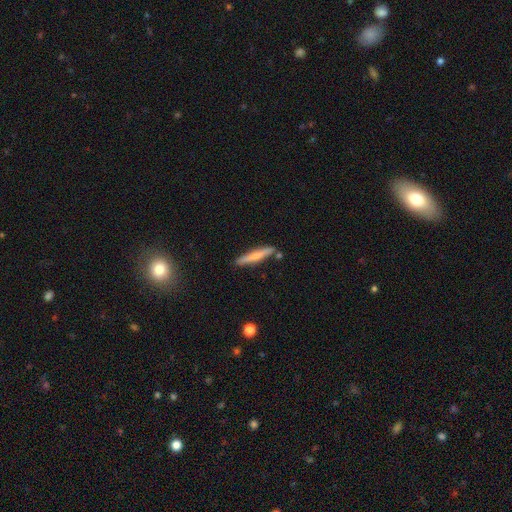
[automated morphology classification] Smooth or featured? Predicted: smooth (p=0.58). How rounded? Predicted: cigar-shaped (p=0.93). Merging? Predicted: none (p=0.83).